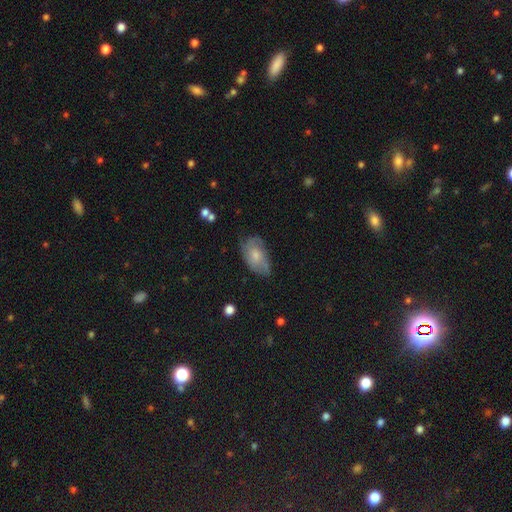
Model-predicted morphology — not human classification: This appears to be a smooth galaxy with no disk features (53%) that is in between round and cigar-shaped (91%). Merging: none (58%).